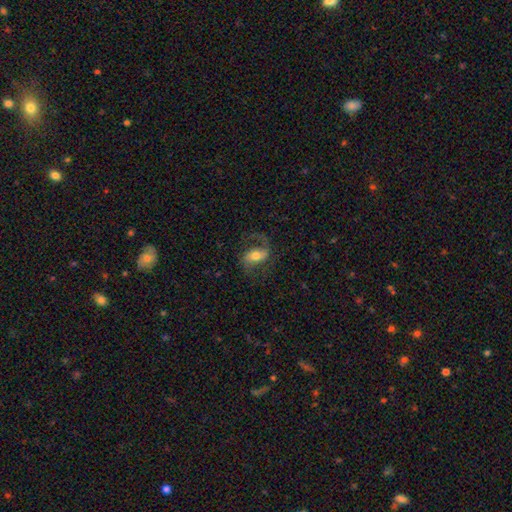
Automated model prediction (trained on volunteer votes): A featured or disk galaxy (71%) with a weak bar (40%), 2 (83%) loose (49%) spiral arms (91%) and a moderate central bulge (66%).

Vote fractions:
- Smooth or featured? featured or disk: 71% / smooth: 22% / star or artifact: 7%
- Edge-on disk? no: 96% / yes: 4%
- Bar? weak: 40% / strong: 33% / no: 27%
- Spiral arms? yes: 91% / no: 9%
- Spiral winding? loose: 49% / medium: 41% / tight: 9%
- Spiral arm count? 2: 83% / 1: 11% / can't tell: 3% / 3: 1% / 4: 1% / more than 4: 1%
- Bulge size? moderate: 66% / small: 18% / large: 13% / dominant: 2% / none: 1%
- Merging? none: 68% / minor disturbance: 15% / major disturbance: 15% / merger: 1%